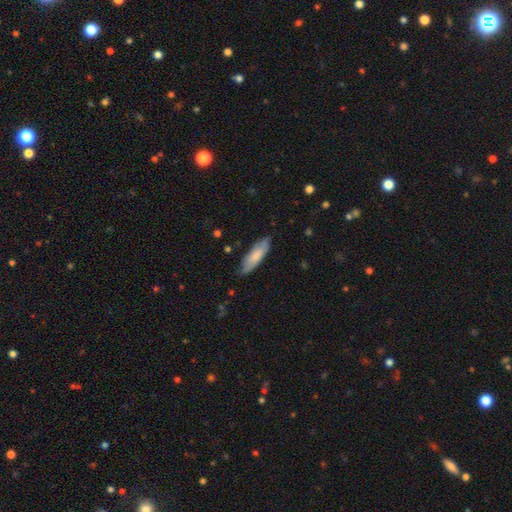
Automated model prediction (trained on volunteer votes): Smooth or featured?
  - smooth: 75% *
  - featured or disk: 20%
  - star or artifact: 5%
How rounded?
  - in between: 50% *
  - cigar-shaped: 49%
  - round: 1%
Merging?
  - none: 80% *
  - minor disturbance: 16%
  - major disturbance: 3%
  - merger: 1%